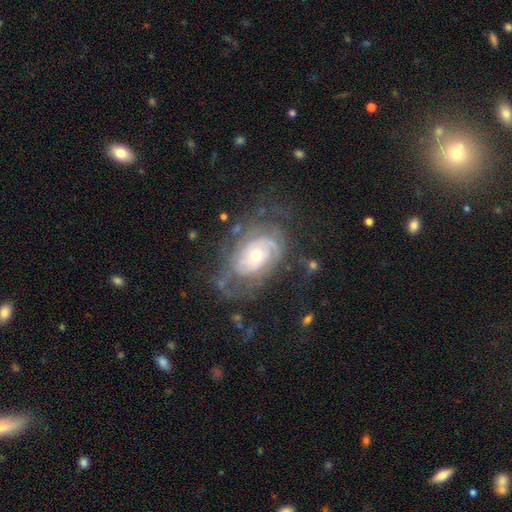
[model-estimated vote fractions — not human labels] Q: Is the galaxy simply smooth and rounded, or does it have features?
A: featured or disk — 84%.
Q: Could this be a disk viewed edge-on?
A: no — 96%.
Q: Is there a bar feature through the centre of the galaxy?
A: no — 76%.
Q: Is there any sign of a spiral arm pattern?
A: yes — 92%.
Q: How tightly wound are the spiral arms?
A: tight — 69%.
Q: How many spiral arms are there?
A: can't tell — 40%.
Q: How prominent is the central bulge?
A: moderate — 63%.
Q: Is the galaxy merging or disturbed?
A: none — 60%.